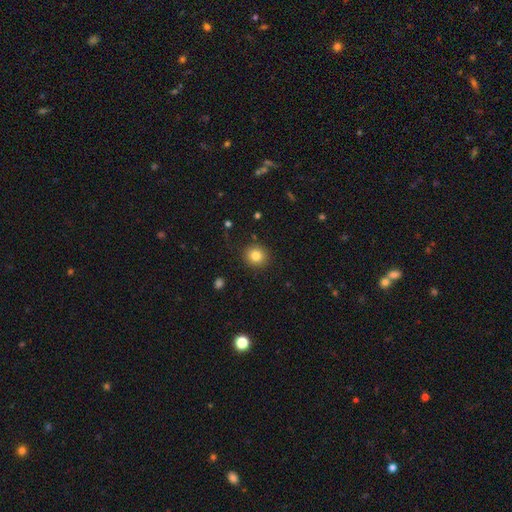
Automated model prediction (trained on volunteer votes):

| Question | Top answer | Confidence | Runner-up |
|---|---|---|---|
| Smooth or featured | smooth | 82% | star or artifact (11%) |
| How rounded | round | 89% | in between (11%) |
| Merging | none | 88% | minor disturbance (8%) |